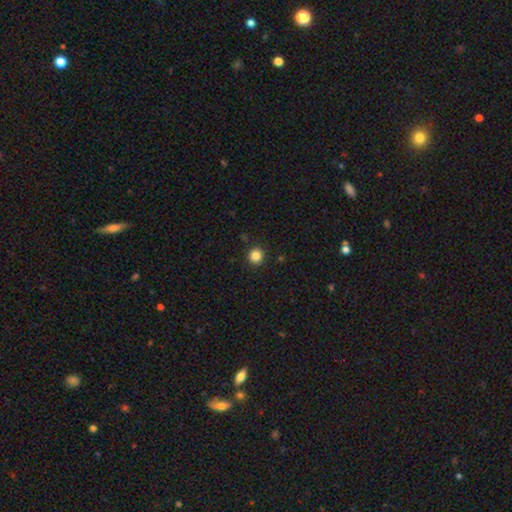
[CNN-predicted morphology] Smooth or featured: smooth — 84% (star or artifact — 12%)
How rounded: round — 91% (in between — 8%)
Merging: none — 92% (minor disturbance — 5%)